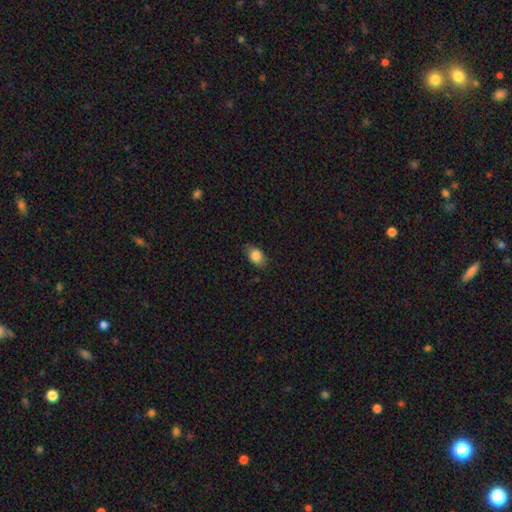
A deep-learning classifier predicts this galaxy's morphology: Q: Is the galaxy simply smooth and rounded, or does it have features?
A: smooth — 84%.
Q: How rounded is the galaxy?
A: in between — 85%.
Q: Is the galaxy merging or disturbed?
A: none — 80%.